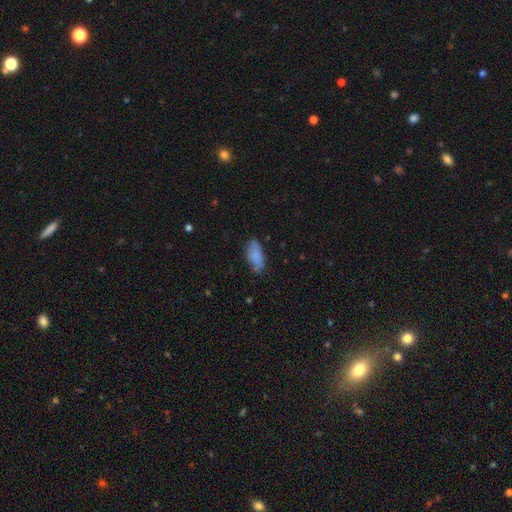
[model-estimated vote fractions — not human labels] This is clearly a smooth galaxy (83%). How rounded: clearly in between (86%). Merging: likely none (71%).